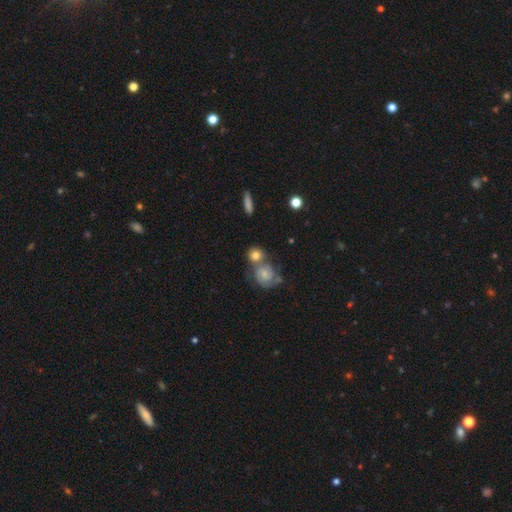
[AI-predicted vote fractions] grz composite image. It shows a smooth galaxy with no disk features (60%) that is round (79%). Merging: none (45%).